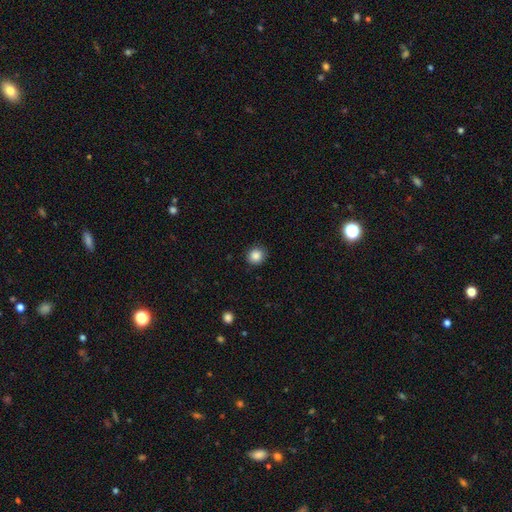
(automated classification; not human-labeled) Smooth or featured? smooth (87%)
How rounded? round (88%)
Merging? none (88%)